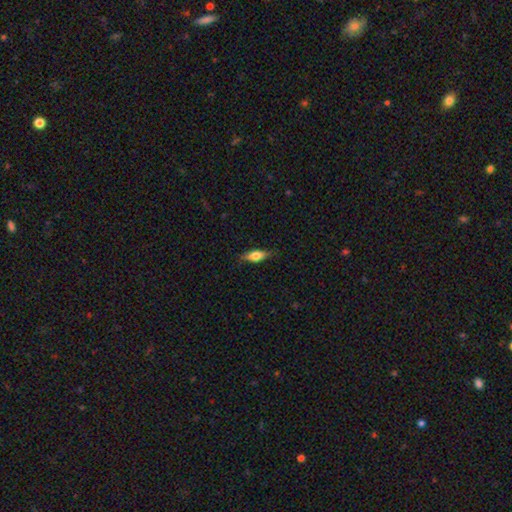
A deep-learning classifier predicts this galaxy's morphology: The model was most divided on "how rounded": in between: 65%, cigar-shaped: 32%, round: 3%. More confident: merging — none (79%); smooth or featured — smooth (66%).